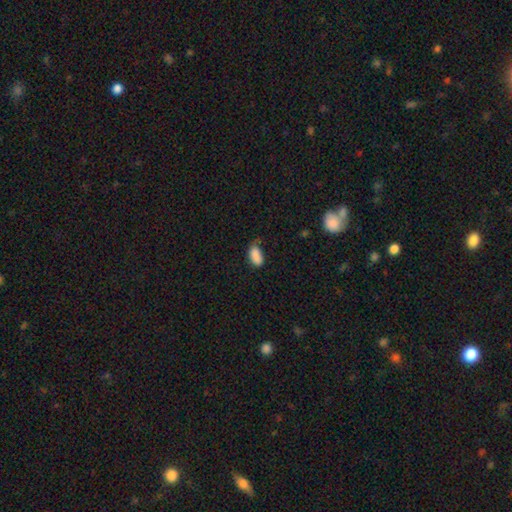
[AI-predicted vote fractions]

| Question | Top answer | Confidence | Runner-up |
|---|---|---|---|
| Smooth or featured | smooth | 85% | star or artifact (8%) |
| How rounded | in between | 93% | round (4%) |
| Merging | none | 43% | minor disturbance (36%) |